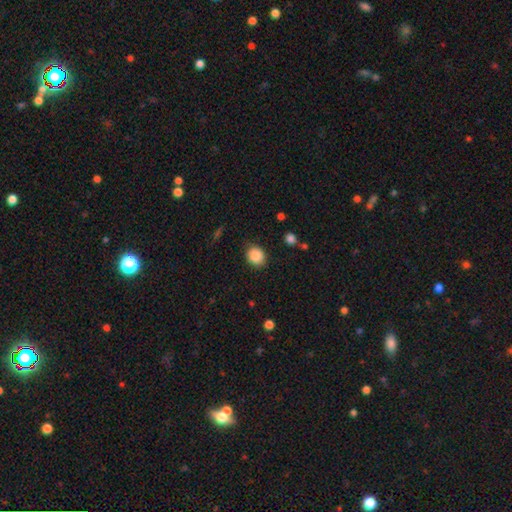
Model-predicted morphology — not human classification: smooth-or-featured: smooth: 88% | star or artifact: 8% | featured or disk: 3%
  how-rounded: round: 71% | in between: 28% | cigar-shaped: 1%
  merging: none: 86% | minor disturbance: 10% | major disturbance: 3% | merger: 1%